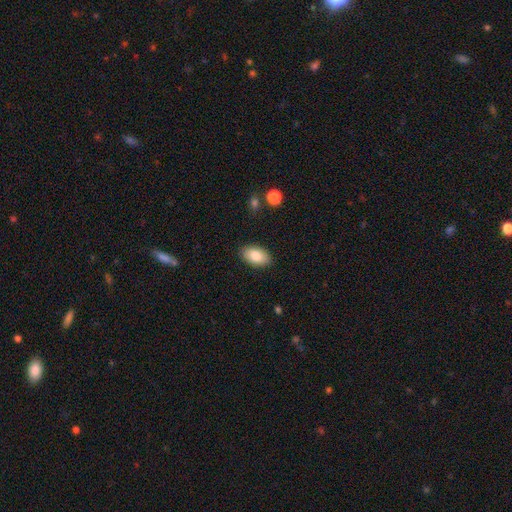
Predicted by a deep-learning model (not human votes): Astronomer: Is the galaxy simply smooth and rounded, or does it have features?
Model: smooth — 83%.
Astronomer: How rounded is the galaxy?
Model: in between — 93%.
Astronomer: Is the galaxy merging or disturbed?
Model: none — 88%.